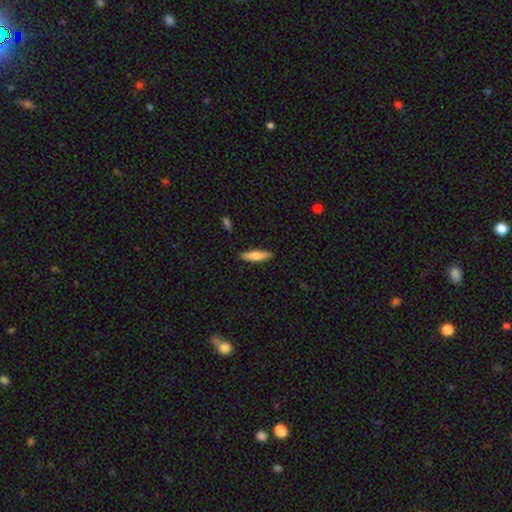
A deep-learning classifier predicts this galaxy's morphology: A smooth galaxy with no disk features (67%) that is cigar-shaped (74%). Merging: none (87%).